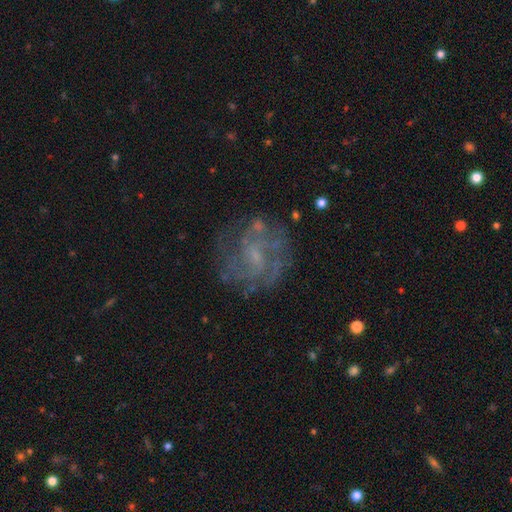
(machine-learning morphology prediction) Smooth or featured? Predicted: featured or disk (p=0.73). Edge-on disk? Predicted: no (p=0.98). Bar? Predicted: no (p=0.54). Spiral arms? Predicted: yes (p=0.79). Spiral winding? Predicted: tight (p=0.43). Spiral arm count? Predicted: can't tell (p=0.43). Bulge size? Predicted: small (p=0.57). Merging? Predicted: none (p=0.71).